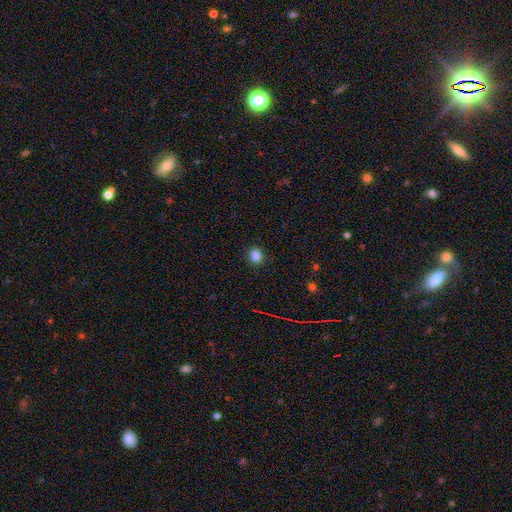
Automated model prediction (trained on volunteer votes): A smooth galaxy with no disk features (84%) that is round (76%). Merging: none (90%).